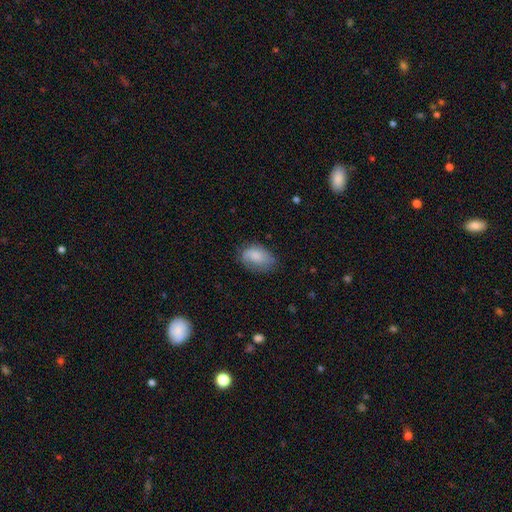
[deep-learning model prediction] This is likely a smooth galaxy (75%). How rounded: clearly in between (88%). Merging: likely none (62%).